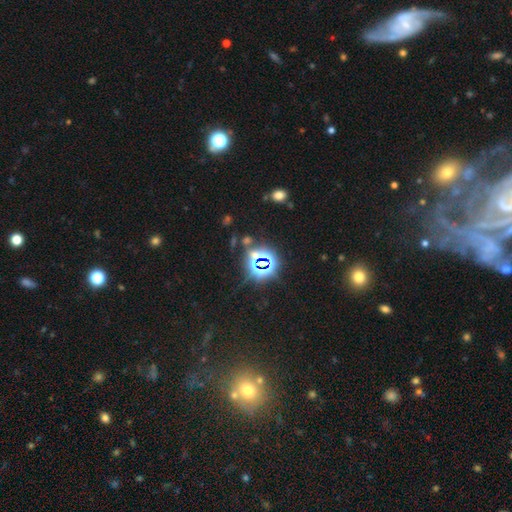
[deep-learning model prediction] star or artifact 78%, smooth 14%, featured or disk 8%.